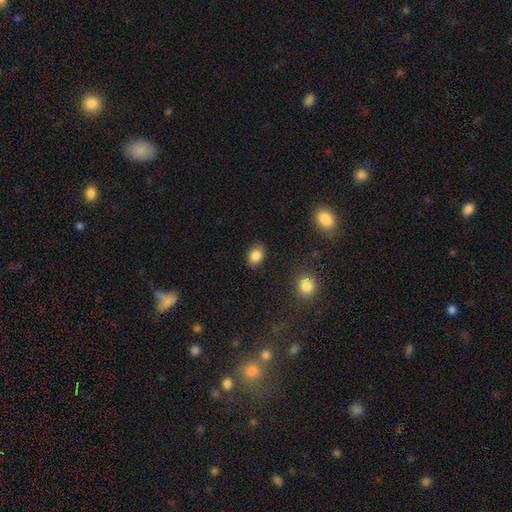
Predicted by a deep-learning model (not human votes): A smooth galaxy with no disk features (85%) that is in between round and cigar-shaped (75%).

Vote fractions:
- Smooth or featured? smooth: 85% / star or artifact: 9% / featured or disk: 6%
- How rounded? in between: 75% / round: 24% / cigar-shaped: 1%
- Merging? none: 87% / minor disturbance: 9% / major disturbance: 2% / merger: 2%